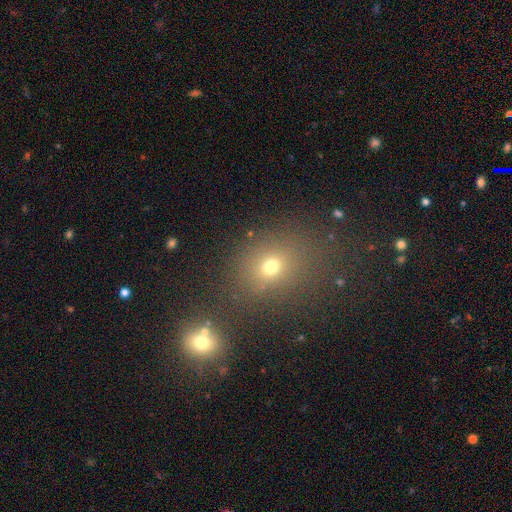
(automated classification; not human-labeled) Smooth or featured?
  - smooth: 51% *
  - star or artifact: 39%
  - featured or disk: 10%
How rounded?
  - round: 63% *
  - in between: 35%
  - cigar-shaped: 2%
Merging?
  - none: 64% *
  - merger: 21%
  - minor disturbance: 10%
  - major disturbance: 5%